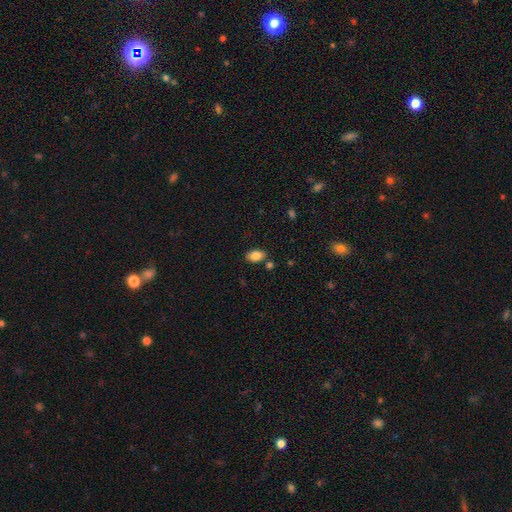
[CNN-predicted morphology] type=smooth (84%); roundness=in between (90%); merging=none (81%).